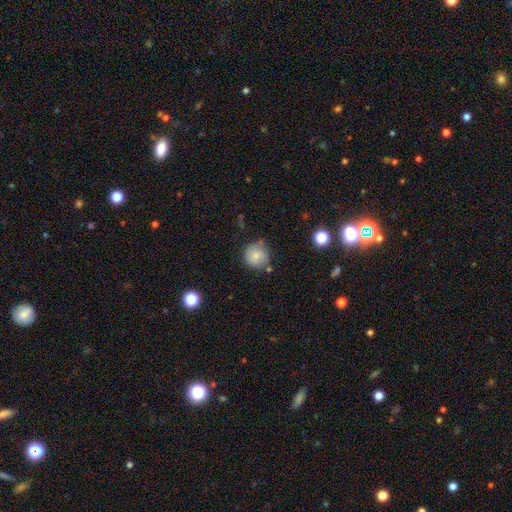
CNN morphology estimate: Q: Smooth or featured?
A: smooth (79%); runner-up: featured or disk (11%)
Q: How rounded?
A: round (92%); runner-up: in between (7%)
Q: Merging?
A: none (75%); runner-up: minor disturbance (16%)